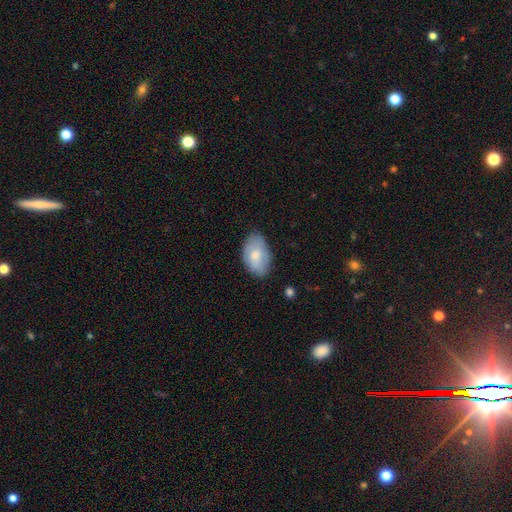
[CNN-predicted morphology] type=smooth (74%); roundness=in between (90%); merging=none (74%).